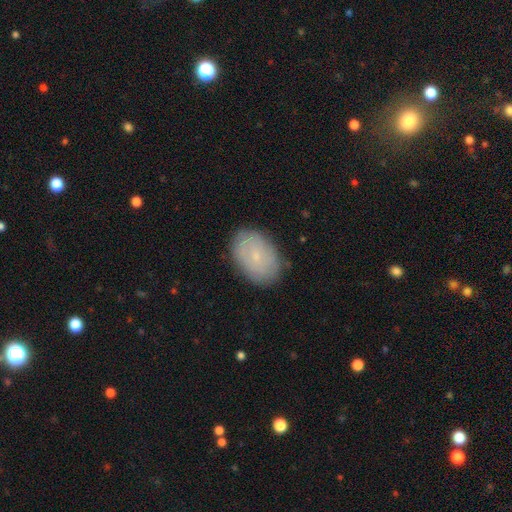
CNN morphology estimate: Overall: smooth (60%; featured or disk 31%). How rounded: in between (84%). Merging: none (85%).